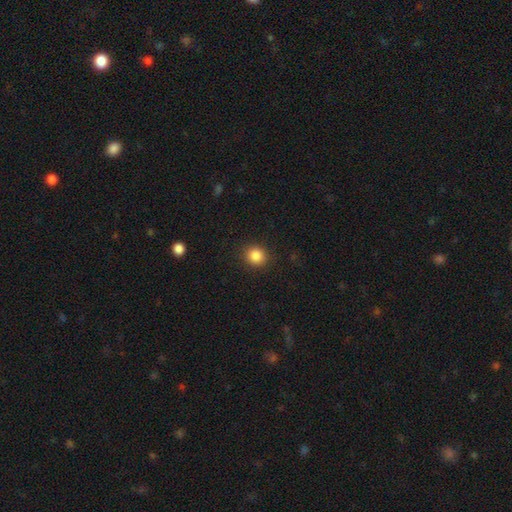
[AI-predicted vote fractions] Smooth or featured? smooth (86%)
How rounded? round (87%)
Merging? none (91%)